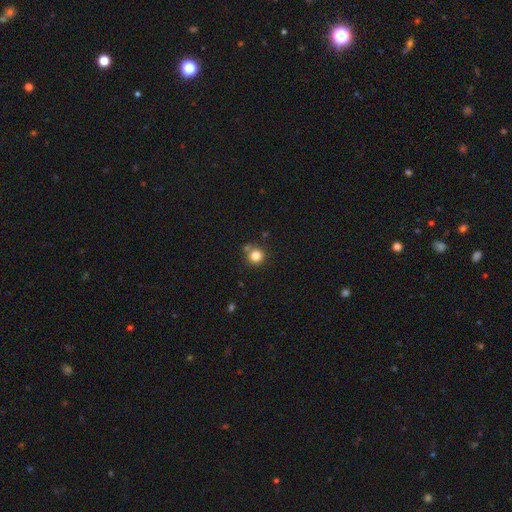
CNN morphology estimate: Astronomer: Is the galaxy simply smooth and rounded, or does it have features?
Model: smooth — 83%.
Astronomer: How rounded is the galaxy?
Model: round — 92%.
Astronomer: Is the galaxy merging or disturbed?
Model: none — 73%.